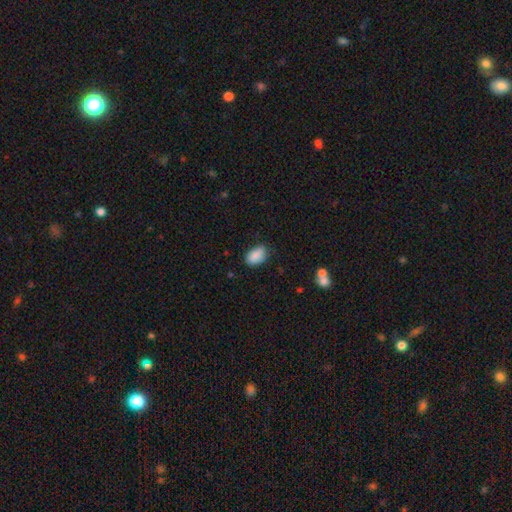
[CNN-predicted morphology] A smooth galaxy with no disk features (88%) that is in between round and cigar-shaped (91%).

Vote fractions:
- Smooth or featured? smooth: 88% / star or artifact: 7% / featured or disk: 5%
- How rounded? in between: 91% / round: 8% / cigar-shaped: 2%
- Merging? none: 73% / minor disturbance: 21% / major disturbance: 4% / merger: 2%